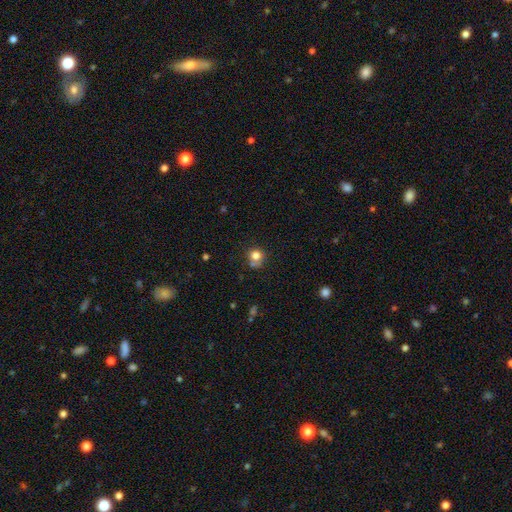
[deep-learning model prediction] Smooth or featured? smooth (78%)
How rounded? round (86%)
Merging? none (60%)